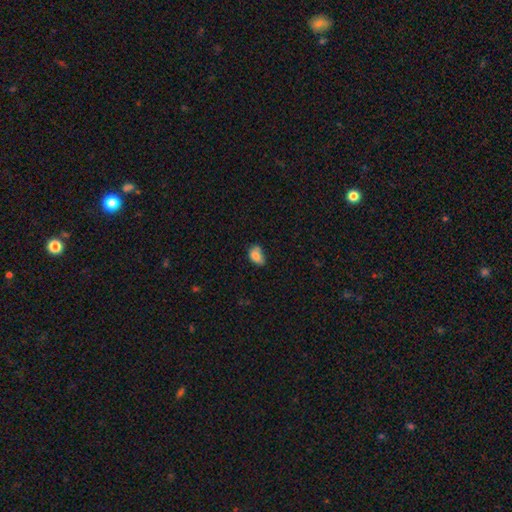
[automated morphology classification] Smooth or featured?
  - smooth: 80% *
  - featured or disk: 11%
  - star or artifact: 9%
How rounded?
  - in between: 86% *
  - round: 13%
  - cigar-shaped: 2%
Merging?
  - none: 48% *
  - minor disturbance: 35%
  - merger: 9%
  - major disturbance: 8%